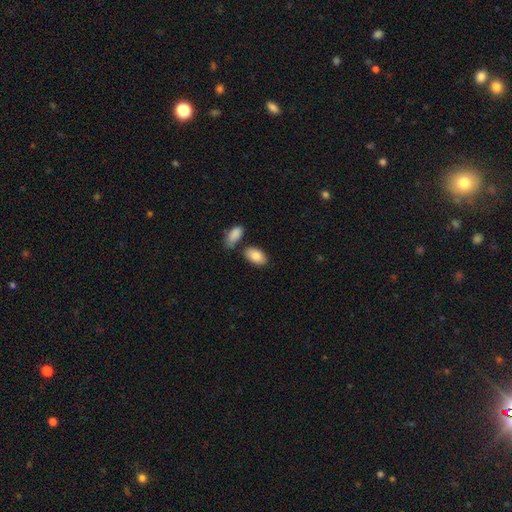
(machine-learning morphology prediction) Q: Smooth or featured?
A: smooth (86%); runner-up: featured or disk (8%)
Q: How rounded?
A: in between (94%); runner-up: round (4%)
Q: Merging?
A: none (72%); runner-up: merger (13%)